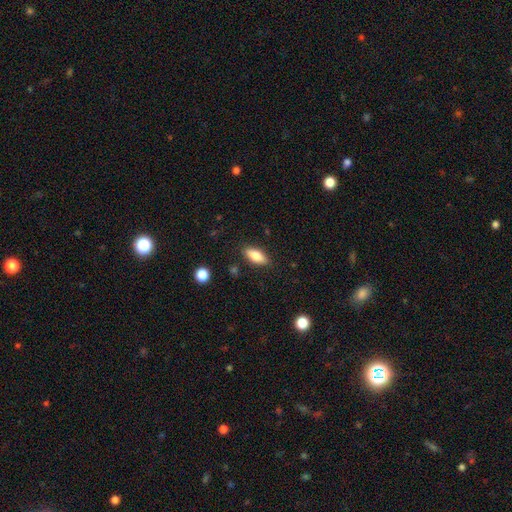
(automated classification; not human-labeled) Overall: smooth (80%). How rounded: in between (79%). Merging: none (85%).